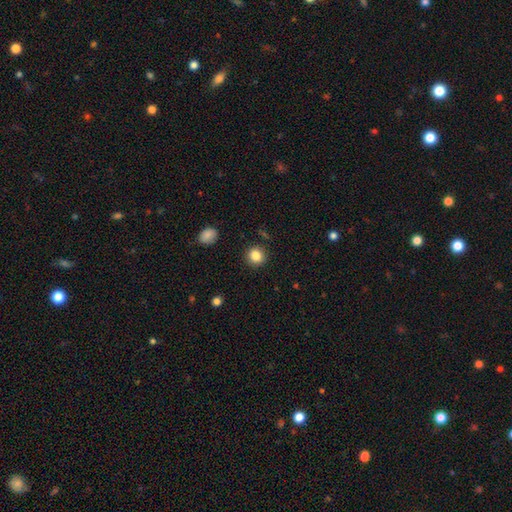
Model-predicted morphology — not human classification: Overall: smooth (85%). How rounded: round (90%). Merging: none (90%).